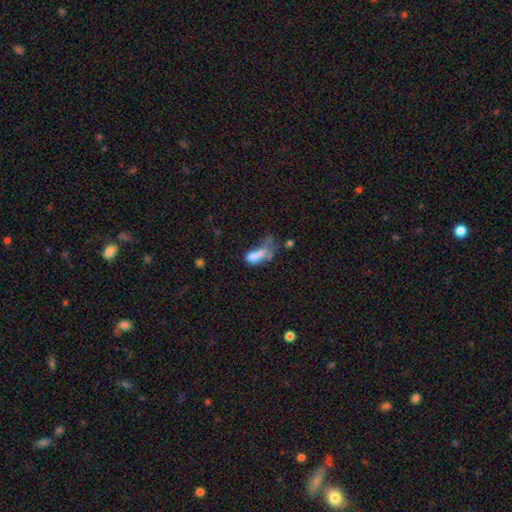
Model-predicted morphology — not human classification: smooth_or_featured: smooth (p=0.60) [alt: featured or disk p=0.27]
how_rounded: in between (p=0.79) [alt: cigar-shaped p=0.13]
merging: major disturbance (p=0.43) [alt: merger p=0.29]